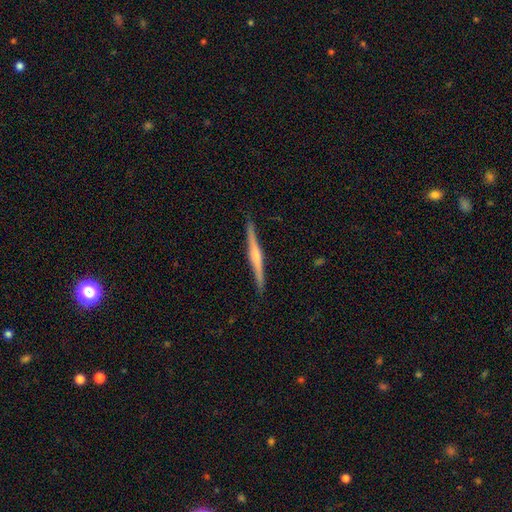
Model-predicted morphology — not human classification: type=featured or disk (72%); edge-on=yes (98%); edge-on bulge=rounded (68%); merging=none (90%).